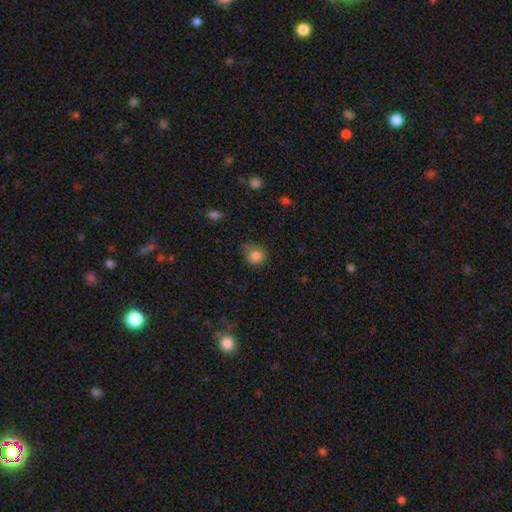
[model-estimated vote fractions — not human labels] A smooth galaxy with no disk features (83%) that is round (74%). Merging: none (58%).